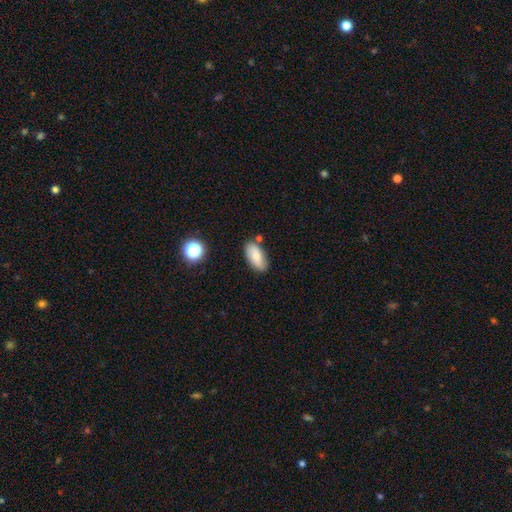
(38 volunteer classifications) Q: Smooth or featured?
A: smooth (74%); runner-up: featured or disk (21%)
Q: How rounded?
A: in between (93%); runner-up: round (7%)
Q: Merging?
A: none (92%); runner-up: minor disturbance (8%)